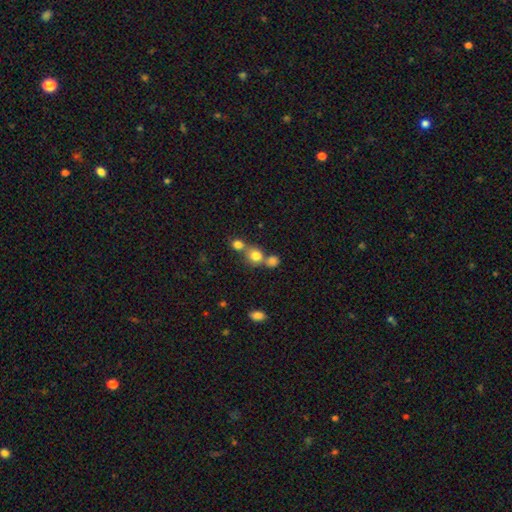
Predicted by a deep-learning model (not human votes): smooth_or_featured: smooth (p=0.78) [alt: star or artifact p=0.13]
how_rounded: round (p=0.84) [alt: in between p=0.15]
merging: none (p=0.47) [alt: merger p=0.42]